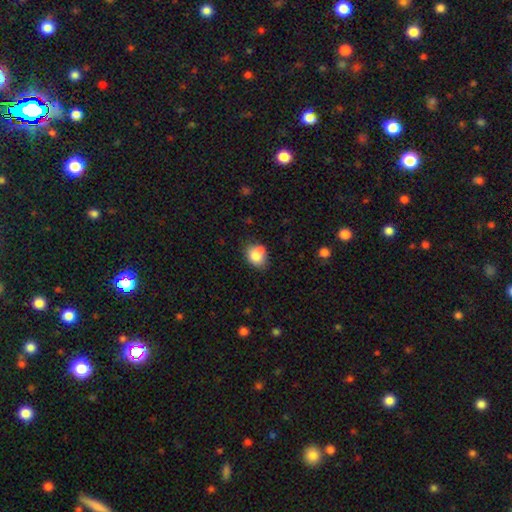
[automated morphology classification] Smooth or featured? smooth (77%)
How rounded? in between (50%)
Merging? none (47%)